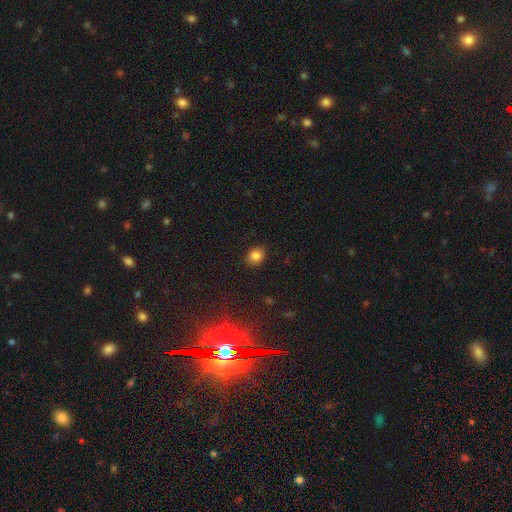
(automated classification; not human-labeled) A smooth galaxy with no disk features (84%) that is round (67%).

Vote fractions:
- Smooth or featured? smooth: 84% / star or artifact: 12% / featured or disk: 5%
- How rounded? round: 67% / in between: 32% / cigar-shaped: 1%
- Merging? none: 88% / minor disturbance: 9% / major disturbance: 2% / merger: 1%